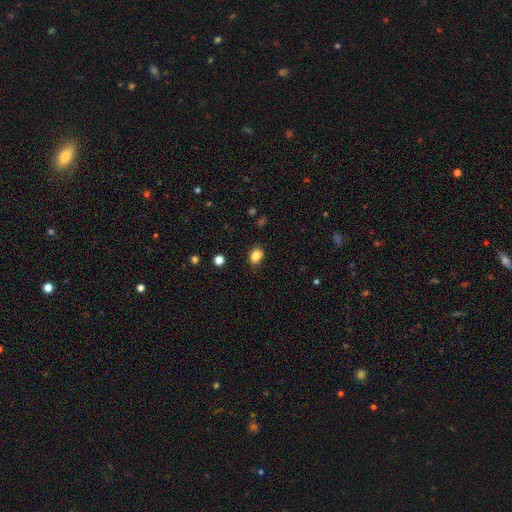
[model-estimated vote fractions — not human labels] Smooth or featured? Predicted: smooth (p=0.85). How rounded? Predicted: in between (p=0.57). Merging? Predicted: none (p=0.82).